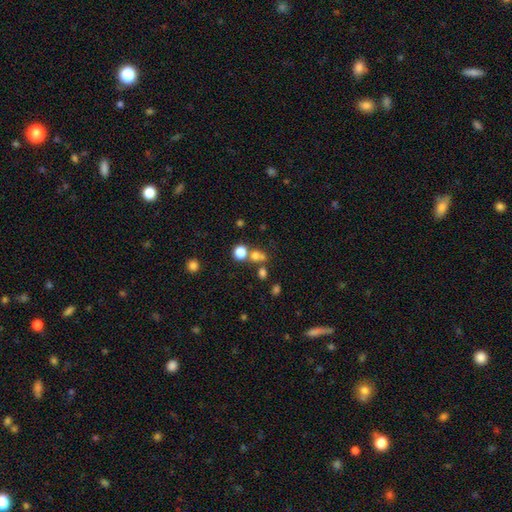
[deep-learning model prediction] Morphology: type=smooth (67%); roundness=round (82%); merging=none (51%).